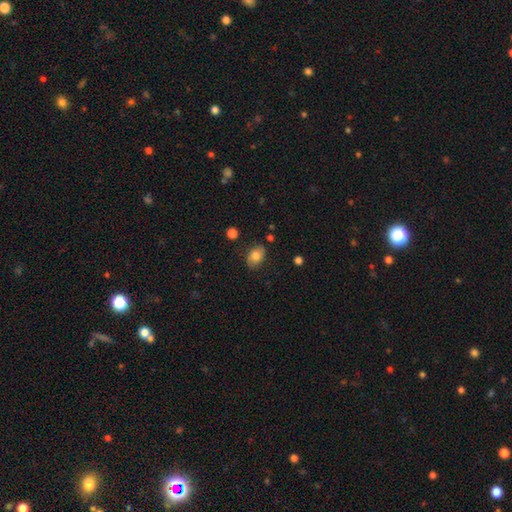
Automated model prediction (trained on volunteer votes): Smooth or featured? Predicted: smooth (p=0.79). How rounded? Predicted: in between (p=0.71). Merging? Predicted: none (p=0.80).